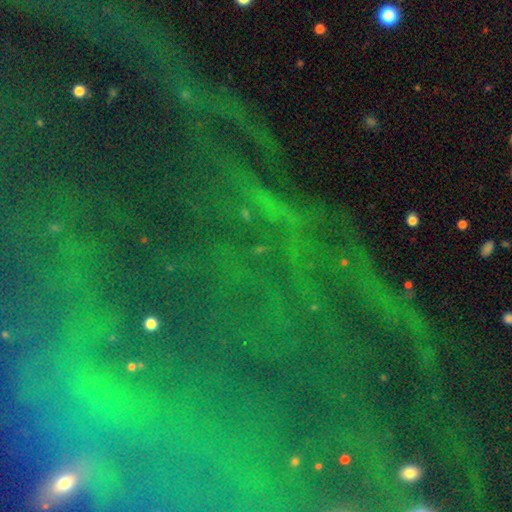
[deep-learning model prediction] Smooth or featured? star or artifact (83%)